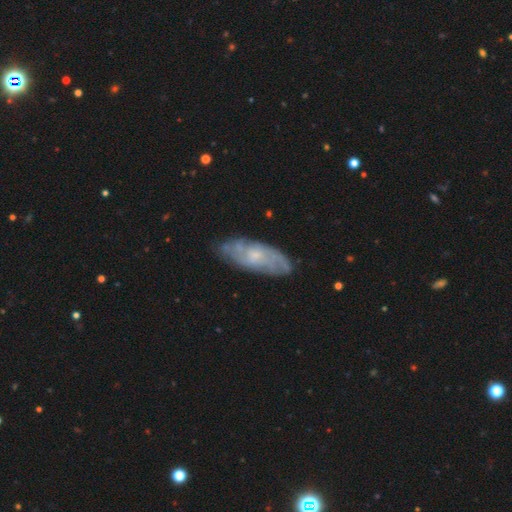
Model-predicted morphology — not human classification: type=featured or disk (68%); edge-on=no (85%); bar=no (72%); spiral arms=yes (81%); bulge=small (62%); merging=none (77%).